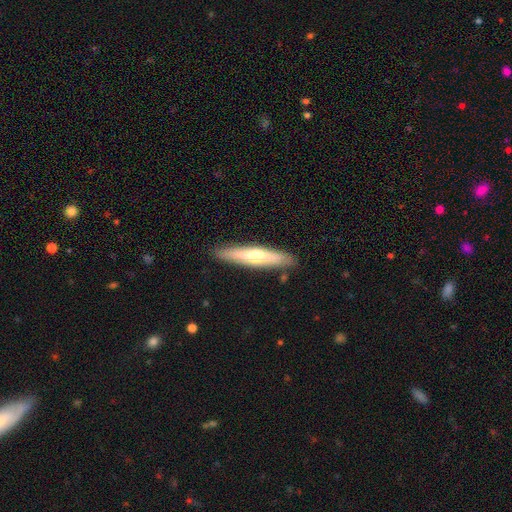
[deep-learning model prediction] smooth 50%, featured or disk 45%, star or artifact 5%. Down the decision tree: merging — none (88%).